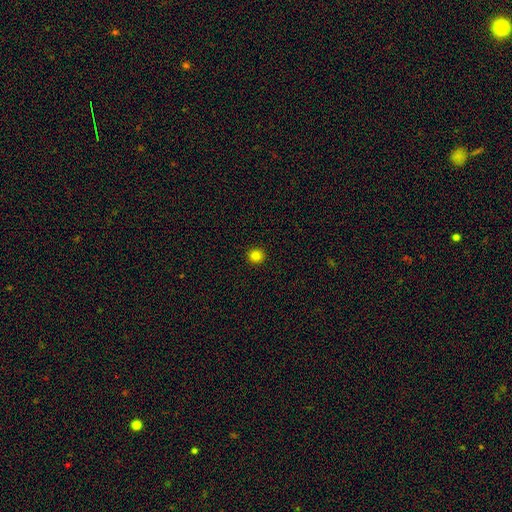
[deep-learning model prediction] smooth 83%, star or artifact 13%, featured or disk 4%. Down the decision tree: how rounded — round (94%); merging — none (94%).